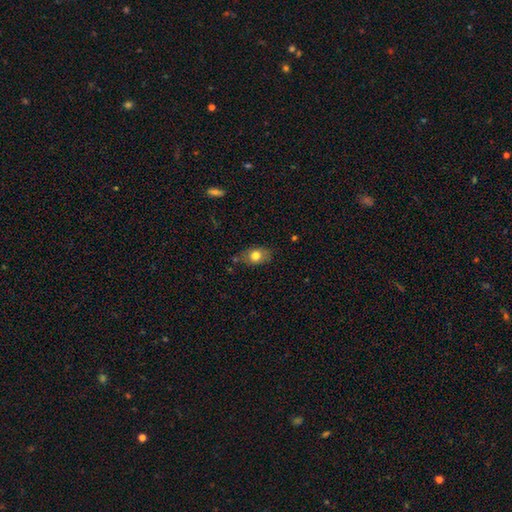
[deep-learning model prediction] Smooth or featured? smooth (77%)
How rounded? in between (75%)
Merging? none (73%)